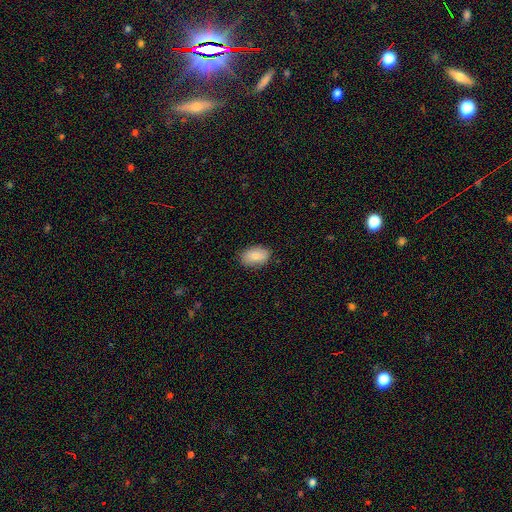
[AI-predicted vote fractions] Smooth or featured?
  - smooth: 83% *
  - featured or disk: 10%
  - star or artifact: 7%
How rounded?
  - in between: 90% *
  - round: 8%
  - cigar-shaped: 1%
Merging?
  - none: 85% *
  - minor disturbance: 12%
  - major disturbance: 2%
  - merger: 1%